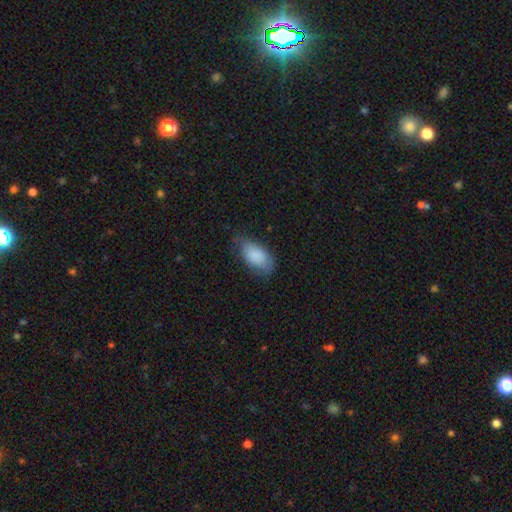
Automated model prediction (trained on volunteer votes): smooth_or_featured: smooth (p=0.85) [alt: featured or disk p=0.08]
how_rounded: in between (p=0.94) [alt: round p=0.03]
merging: none (p=0.63) [alt: minor disturbance p=0.29]